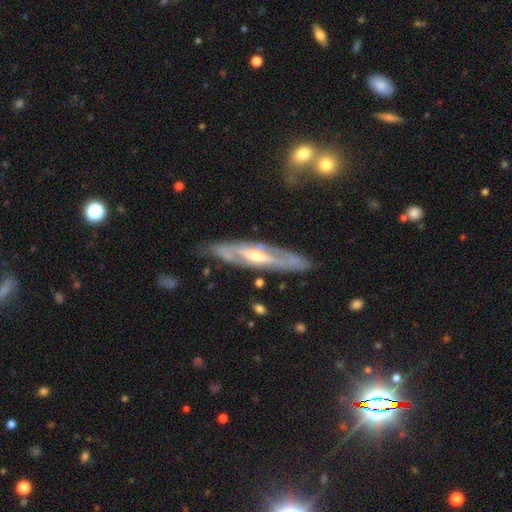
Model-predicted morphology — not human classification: Smooth or featured? Predicted: featured or disk (p=0.80). Edge-on disk? Predicted: no (p=0.66). Bar? Predicted: no (p=0.35). Spiral arms? Predicted: yes (p=0.73). Bulge size? Predicted: moderate (p=0.56). Merging? Predicted: none (p=0.77).